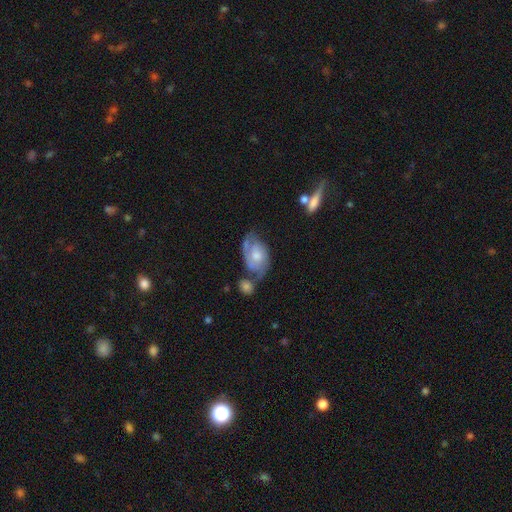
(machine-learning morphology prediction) Smooth or featured? featured or disk (68%)
Edge-on disk? no (96%)
Bar? no (72%)
Spiral arms? yes (85%)
Spiral winding? medium (44%)
Spiral arm count? 2 (71%)
Bulge size? moderate (51%)
Merging? none (41%)